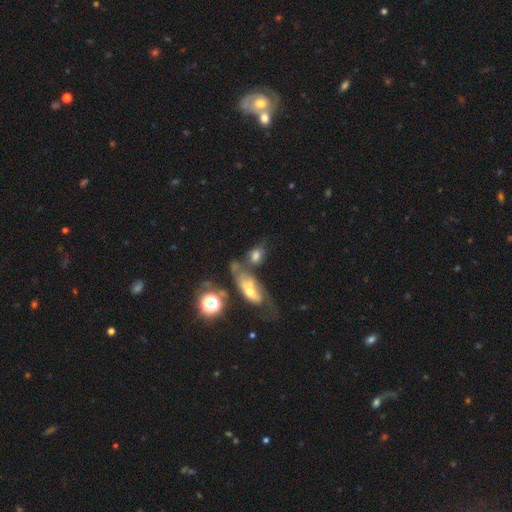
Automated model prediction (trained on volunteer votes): Morphology: type=smooth (59%); roundness=in between (71%); merging=merger (37%).